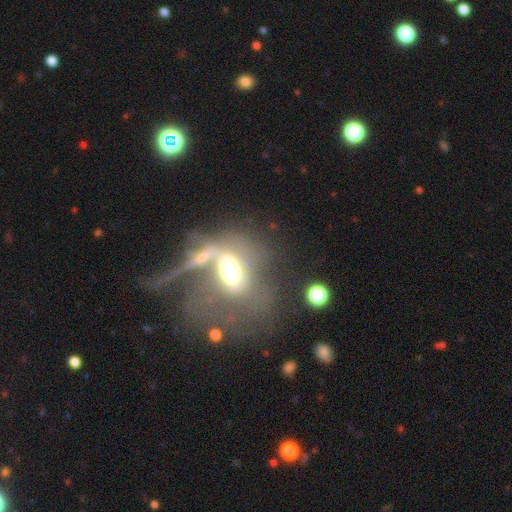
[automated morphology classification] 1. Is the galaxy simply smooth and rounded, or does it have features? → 52% featured or disk, 33% smooth, 16% star or artifact.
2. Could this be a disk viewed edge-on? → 82% no, 18% yes.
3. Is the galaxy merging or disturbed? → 35% merger, 30% major disturbance, 23% none, 12% minor disturbance.